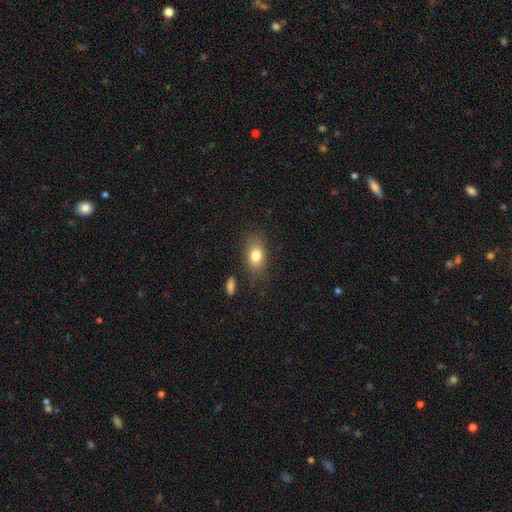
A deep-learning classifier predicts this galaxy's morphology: smooth_or_featured: smooth (p=0.80) [alt: featured or disk p=0.12]
how_rounded: in between (p=0.83) [alt: round p=0.14]
merging: none (p=0.77) [alt: minor disturbance p=0.16]